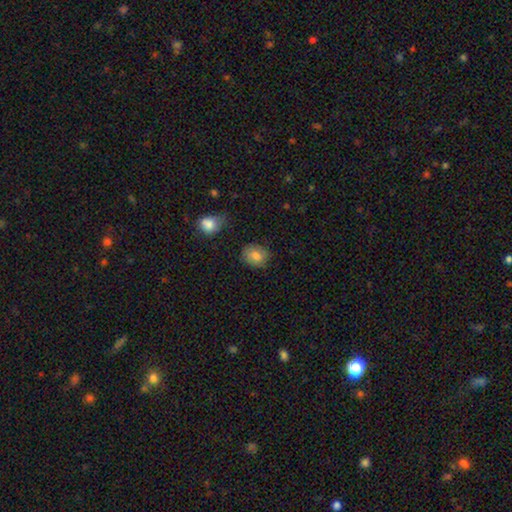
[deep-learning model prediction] Smooth or featured? Predicted: smooth (p=0.82). How rounded? Predicted: round (p=0.54). Merging? Predicted: none (p=0.77).